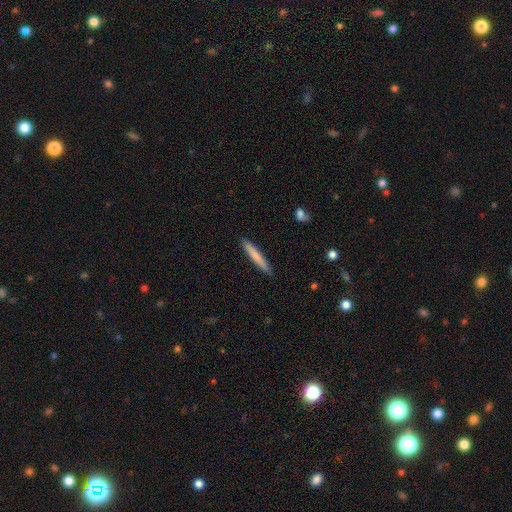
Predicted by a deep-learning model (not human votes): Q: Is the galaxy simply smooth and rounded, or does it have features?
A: smooth — 74%.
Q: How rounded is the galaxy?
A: cigar-shaped — 95%.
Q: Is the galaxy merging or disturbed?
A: none — 90%.